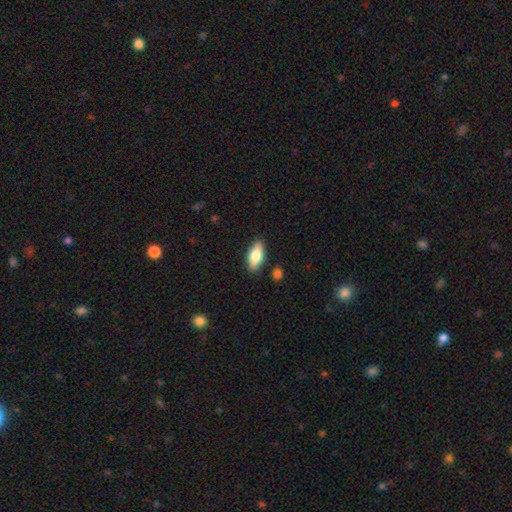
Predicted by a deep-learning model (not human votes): This appears to be a smooth galaxy with no disk features (69%) that is in between round and cigar-shaped (80%). Merging: none (86%).